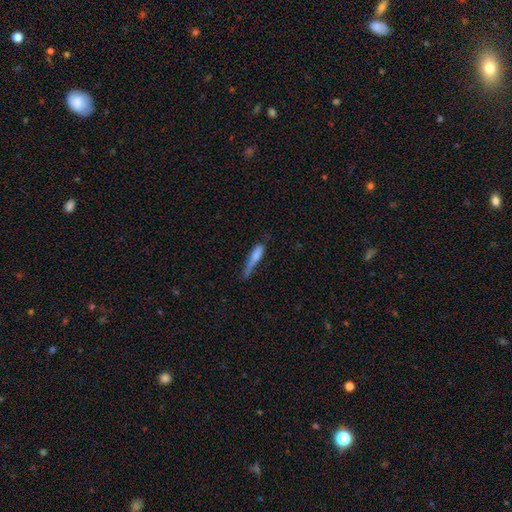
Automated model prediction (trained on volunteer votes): Morphology: type=smooth (69%); roundness=cigar-shaped (77%); merging=none (34%, tied with minor disturbance).